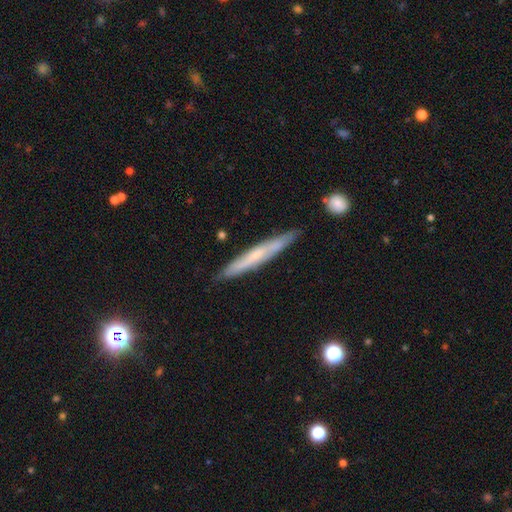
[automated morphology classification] The model was most divided on "smooth or featured": featured or disk: 47%, smooth: 46%, star or artifact: 7%. More confident: merging — none (85%).